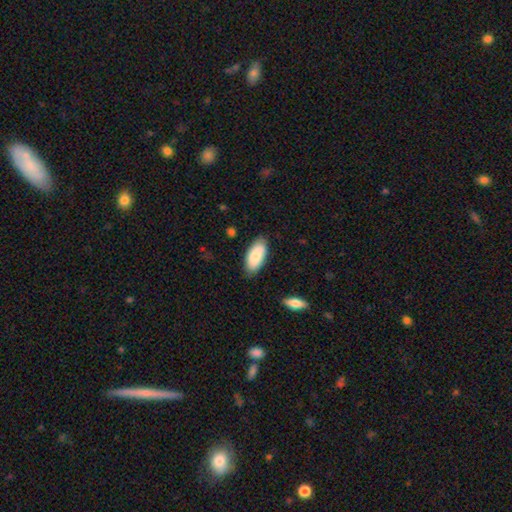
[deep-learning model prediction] Morphology: type=smooth (85%); roundness=in between (89%); merging=none (82%).